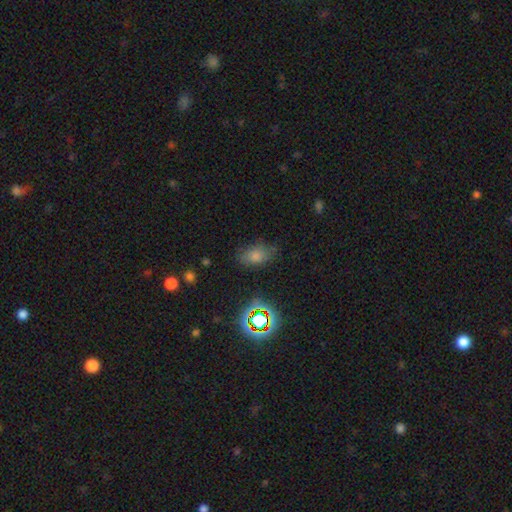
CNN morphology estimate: Smooth or featured?
  - smooth: 67% *
  - star or artifact: 22%
  - featured or disk: 12%
How rounded?
  - in between: 87% *
  - round: 10%
  - cigar-shaped: 3%
Merging?
  - none: 76% *
  - minor disturbance: 17%
  - major disturbance: 5%
  - merger: 2%